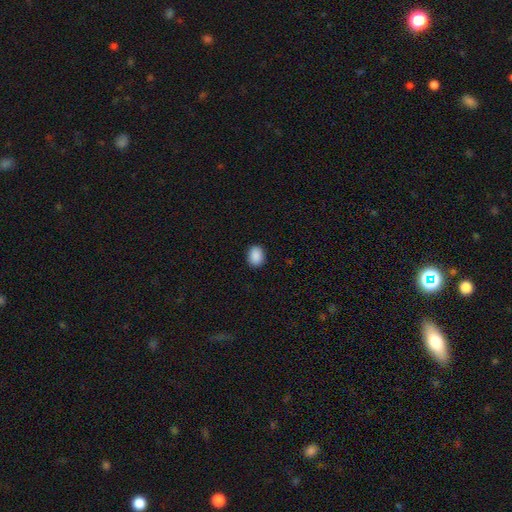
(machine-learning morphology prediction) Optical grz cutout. It shows a smooth galaxy with no disk features (90%) that is in between round and cigar-shaped (55%). Merging: none (90%).